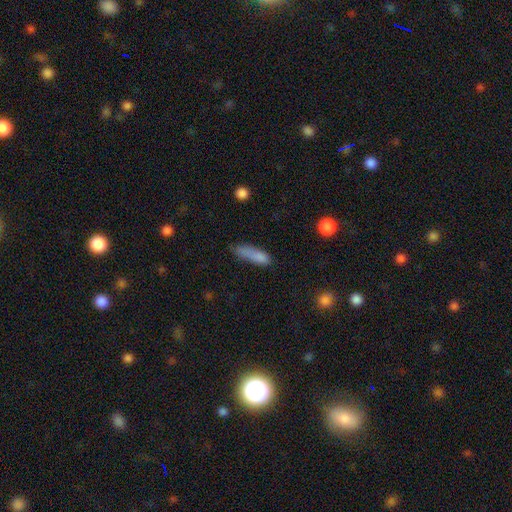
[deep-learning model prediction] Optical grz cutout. It shows a smooth galaxy with no disk features (80%) that is cigar-shaped (66%). Merging: none (47%).